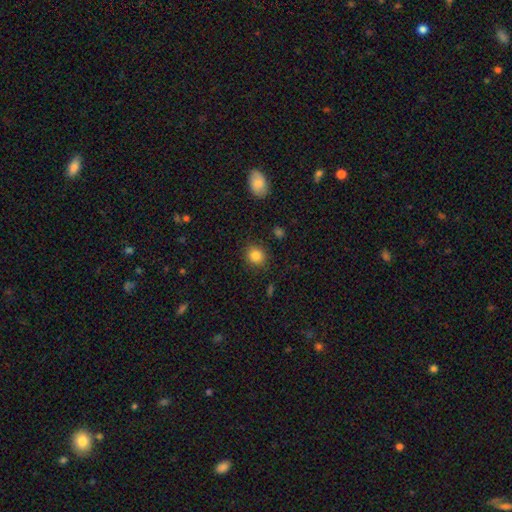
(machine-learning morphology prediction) smooth_or_featured: smooth (p=0.84) [alt: star or artifact p=0.10]
how_rounded: round (p=0.79) [alt: in between p=0.21]
merging: none (p=0.87) [alt: minor disturbance p=0.08]